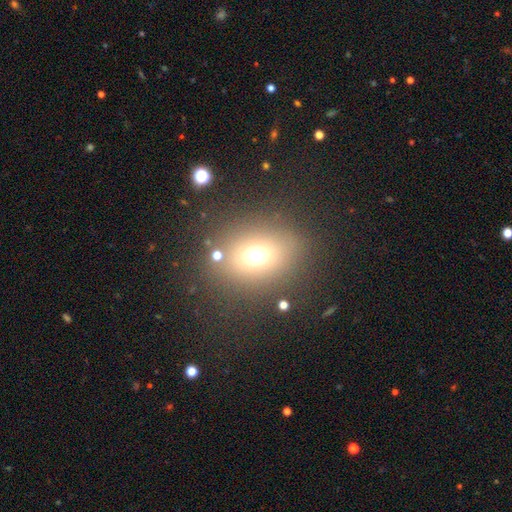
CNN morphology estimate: Smooth or featured?
  - smooth: 64% *
  - star or artifact: 24%
  - featured or disk: 12%
How rounded?
  - round: 61% *
  - in between: 37%
  - cigar-shaped: 1%
Merging?
  - none: 79% *
  - minor disturbance: 9%
  - major disturbance: 6%
  - merger: 5%